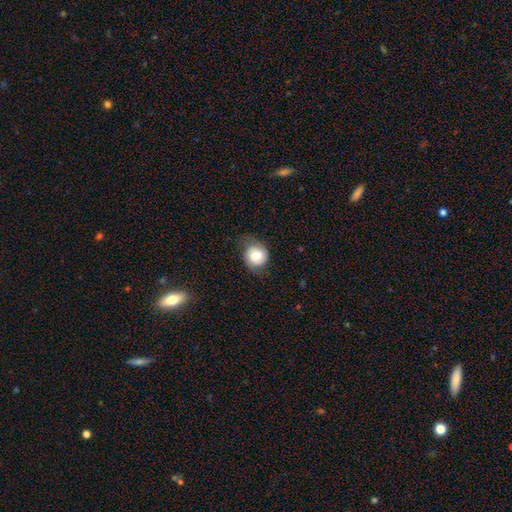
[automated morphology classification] Smooth or featured: smooth — 76% (featured or disk — 16%)
How rounded: round — 77% (in between — 22%)
Merging: none — 57% (minor disturbance — 30%)